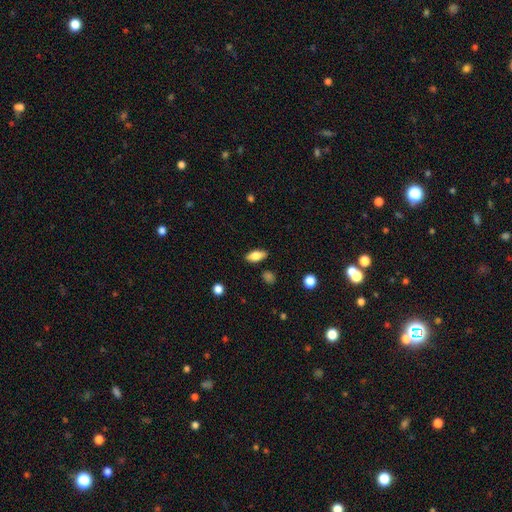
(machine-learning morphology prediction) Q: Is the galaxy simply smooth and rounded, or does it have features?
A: smooth — 79%.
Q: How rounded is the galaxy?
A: in between — 85%.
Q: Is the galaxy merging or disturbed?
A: none — 85%.